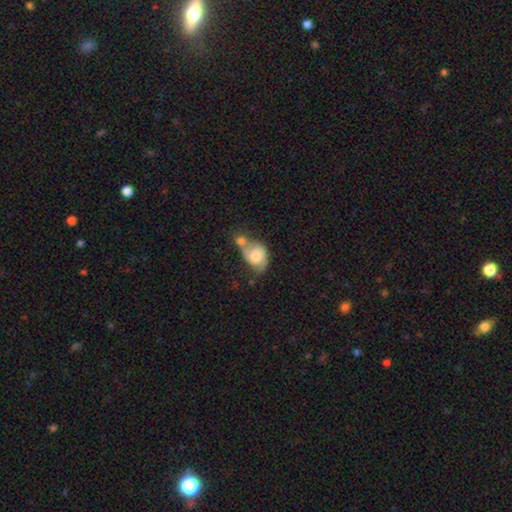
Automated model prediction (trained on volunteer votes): Morphology: type=smooth (65%); roundness=in between (59%); merging=merger (49%).